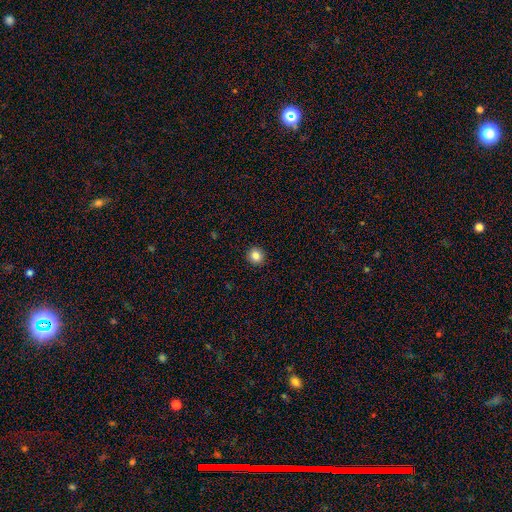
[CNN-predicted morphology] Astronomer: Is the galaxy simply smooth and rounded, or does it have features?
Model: smooth — 85%.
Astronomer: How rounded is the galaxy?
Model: round — 89%.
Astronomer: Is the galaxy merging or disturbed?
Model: none — 92%.